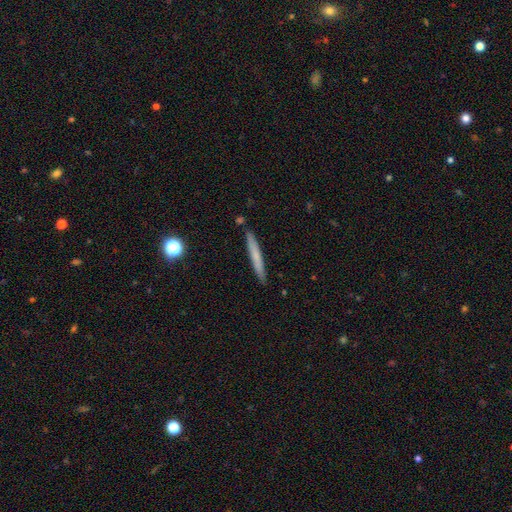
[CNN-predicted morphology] A smooth galaxy with no disk features (63%) that is cigar-shaped (96%). Merging: none (88%).